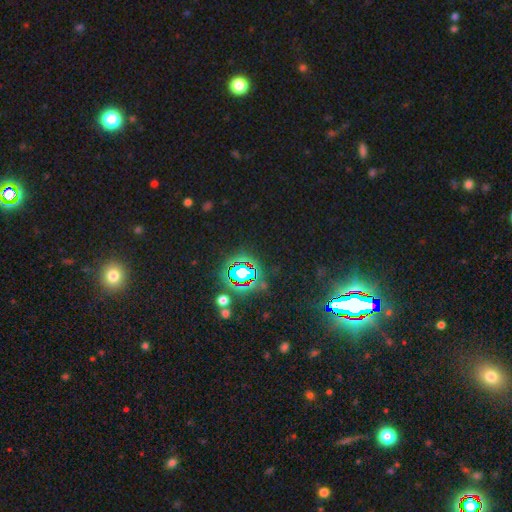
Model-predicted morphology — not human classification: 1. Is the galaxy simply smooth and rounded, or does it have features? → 83% star or artifact, 10% smooth, 7% featured or disk.